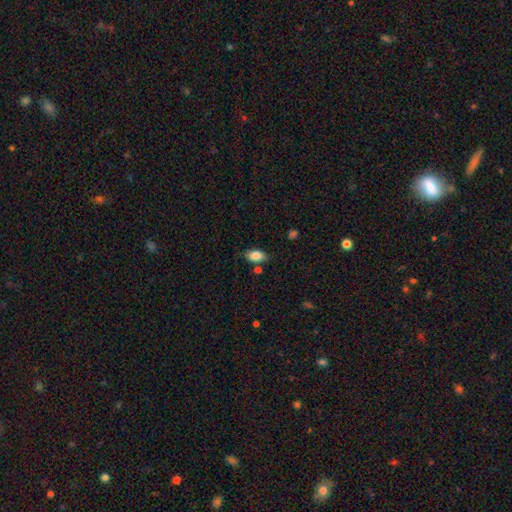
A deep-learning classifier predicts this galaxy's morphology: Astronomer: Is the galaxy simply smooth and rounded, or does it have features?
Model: smooth — 84%.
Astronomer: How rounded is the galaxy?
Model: in between — 90%.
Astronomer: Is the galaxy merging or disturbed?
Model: none — 76%.